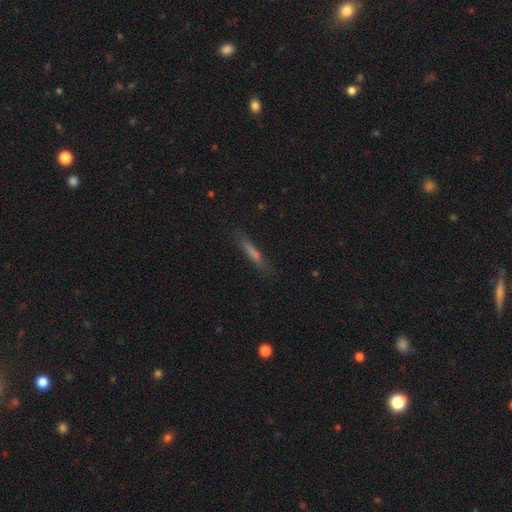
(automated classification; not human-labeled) Smooth or featured: smooth — 58% (featured or disk — 31%)
How rounded: cigar-shaped — 91% (in between — 7%)
Merging: none — 84% (minor disturbance — 12%)